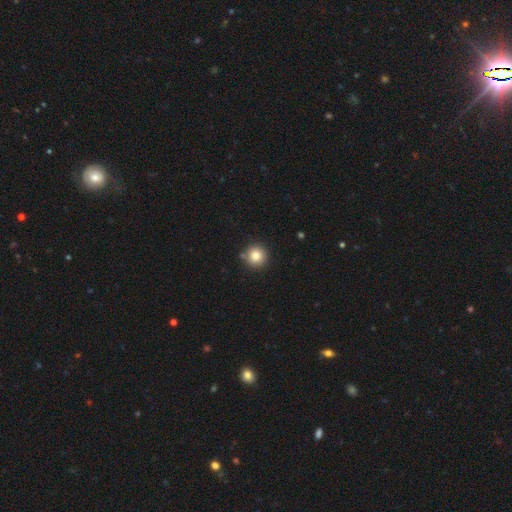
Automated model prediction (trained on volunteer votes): Smooth or featured: smooth — 81% (star or artifact — 11%)
How rounded: round — 95% (in between — 4%)
Merging: none — 85% (minor disturbance — 8%)